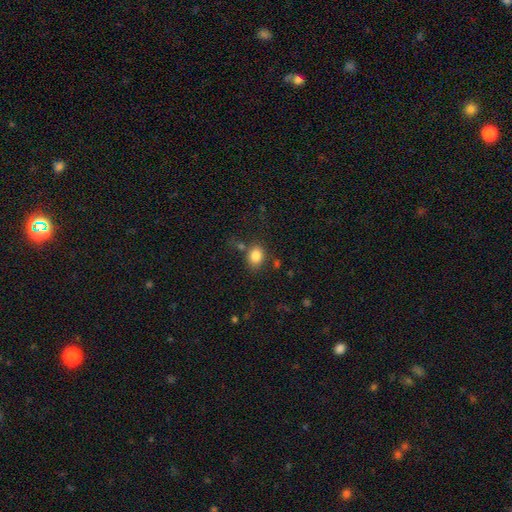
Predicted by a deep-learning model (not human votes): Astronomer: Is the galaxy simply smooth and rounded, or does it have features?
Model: smooth — 84%.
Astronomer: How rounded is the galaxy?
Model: in between — 54% (runner-up: round, 45%).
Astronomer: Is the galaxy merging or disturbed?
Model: none — 71%.